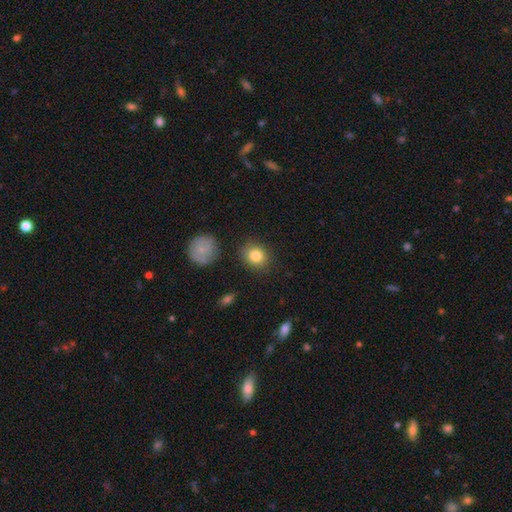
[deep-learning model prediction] Smooth or featured? smooth (82%)
How rounded? round (73%)
Merging? none (86%)